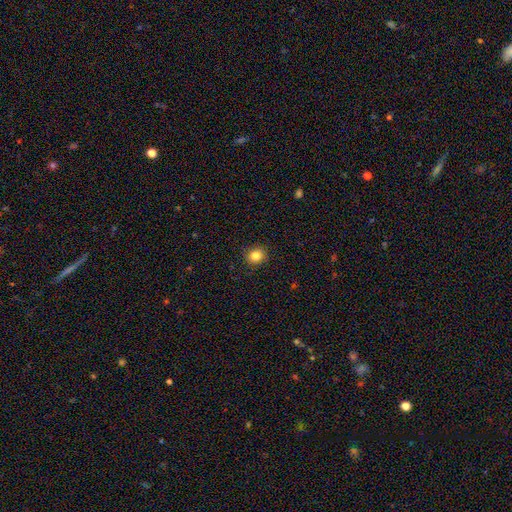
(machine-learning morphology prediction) Smooth or featured? smooth (83%)
How rounded? round (81%)
Merging? none (89%)